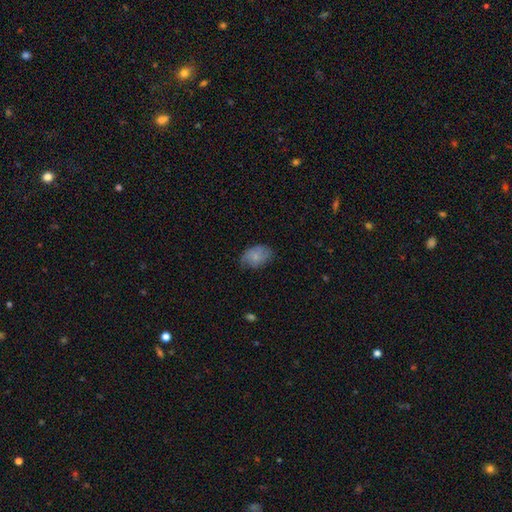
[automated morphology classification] type=smooth (73%); roundness=in between (84%); merging=none (69%).